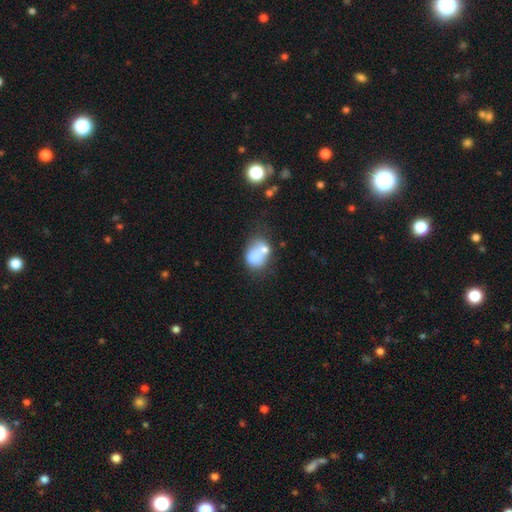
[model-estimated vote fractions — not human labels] Smooth or featured: smooth — 64% (featured or disk — 26%)
How rounded: in between — 67% (round — 32%)
Merging: merger — 44% (none — 28%)